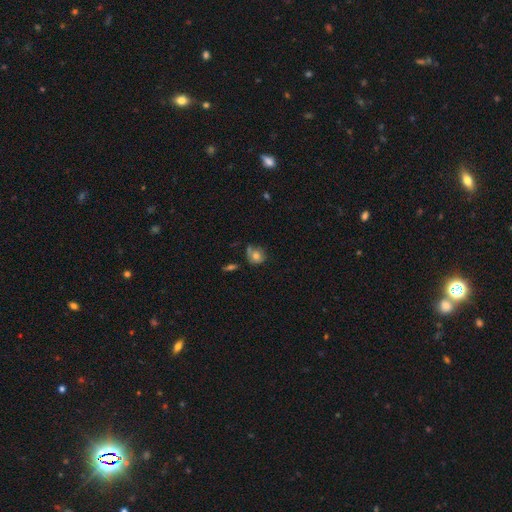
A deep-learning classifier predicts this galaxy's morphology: This appears to be a smooth galaxy with no disk features (72%) that is round (75%). Merging: none (51%).